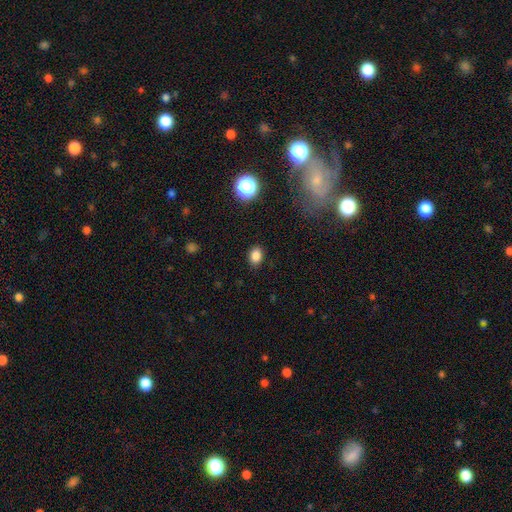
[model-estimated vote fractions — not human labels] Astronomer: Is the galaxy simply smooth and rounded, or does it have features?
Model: smooth — 84%.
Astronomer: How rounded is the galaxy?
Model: in between — 60% (runner-up: round, 39%).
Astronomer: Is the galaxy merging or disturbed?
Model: none — 88%.